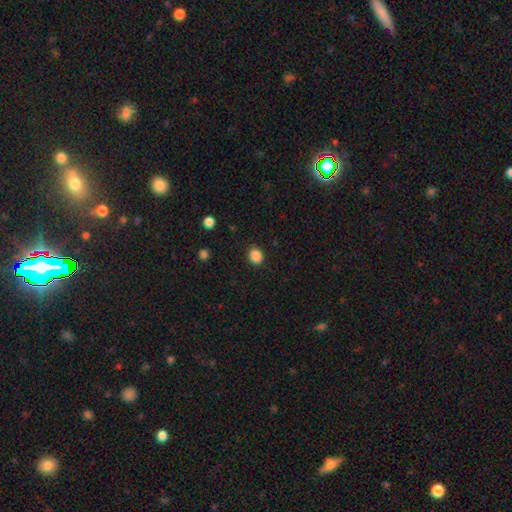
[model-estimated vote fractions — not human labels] Smooth or featured: smooth — 88% (star or artifact — 10%)
How rounded: round — 53% (in between — 46%)
Merging: none — 89% (minor disturbance — 7%)